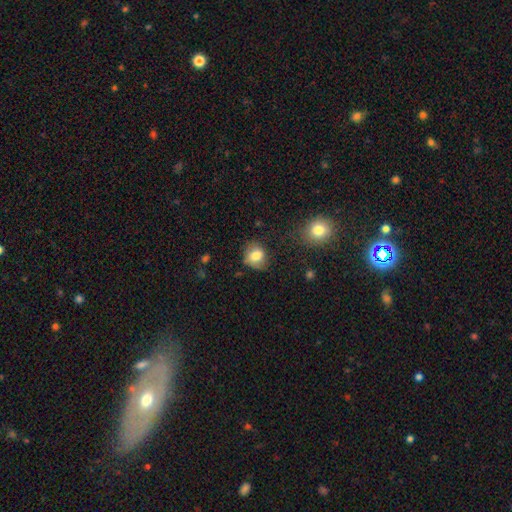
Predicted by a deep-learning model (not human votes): Morphology: type=smooth (78%); roundness=round (68%); merging=none (64%).